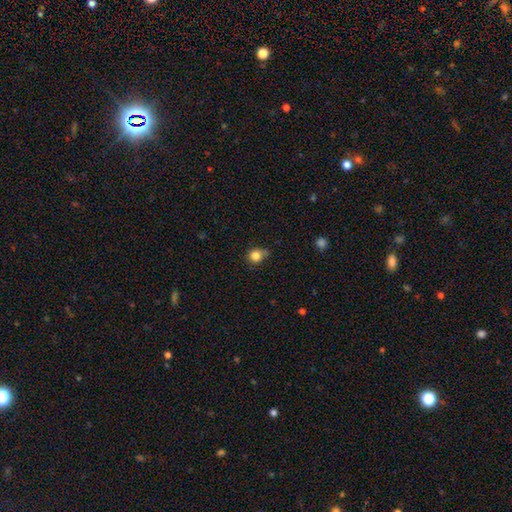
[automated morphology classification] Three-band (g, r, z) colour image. It shows a smooth galaxy with no disk features (83%) that is round (79%). Merging: none (54%).